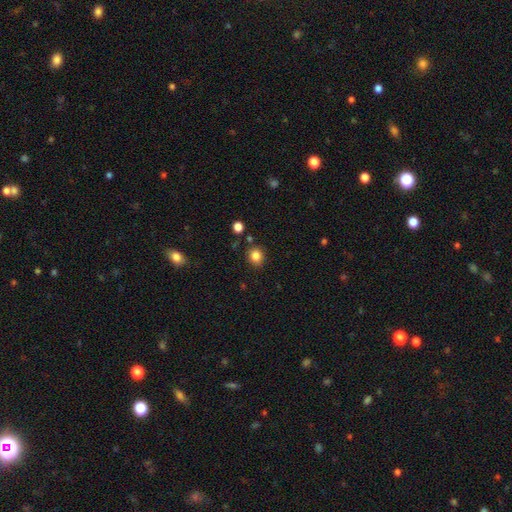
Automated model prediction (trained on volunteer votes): Smooth or featured? Predicted: smooth (p=0.84). How rounded? Predicted: round (p=0.76). Merging? Predicted: none (p=0.84).